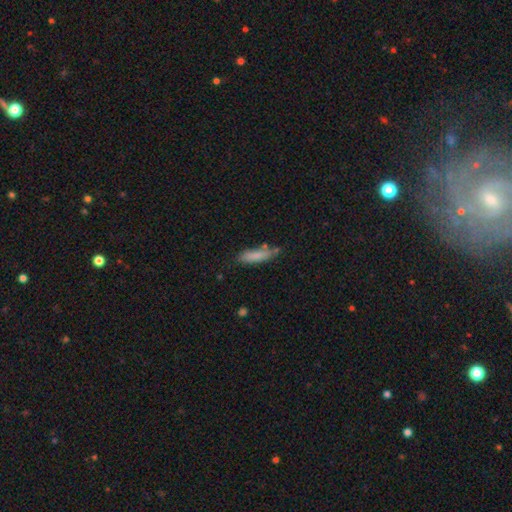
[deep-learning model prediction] Smooth or featured?
  - smooth: 82% *
  - featured or disk: 11%
  - star or artifact: 7%
How rounded?
  - cigar-shaped: 68% *
  - in between: 30%
  - round: 2%
Merging?
  - none: 68% *
  - minor disturbance: 21%
  - merger: 7%
  - major disturbance: 5%